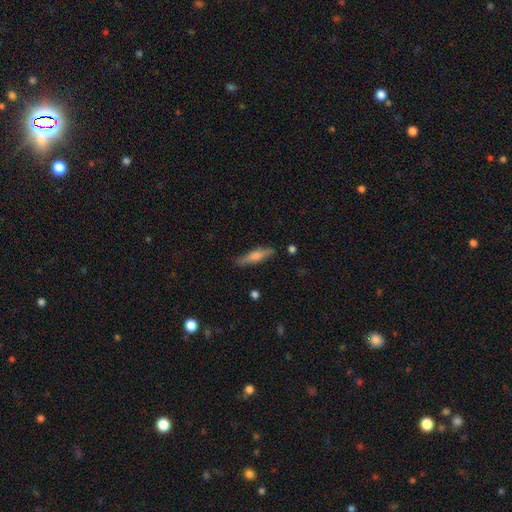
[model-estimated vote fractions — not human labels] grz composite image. It shows a smooth galaxy with no disk features (50%) that is cigar-shaped (81%). Merging: none (85%).